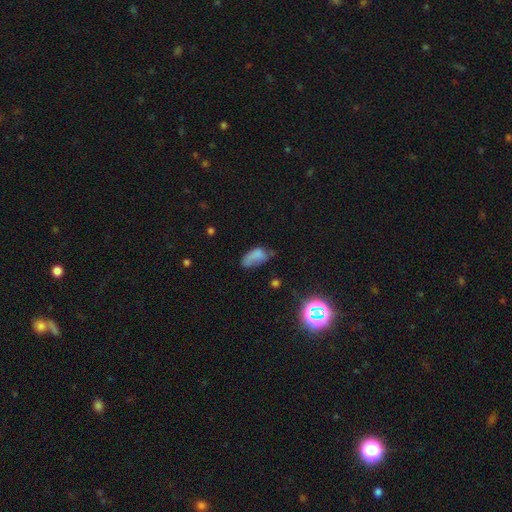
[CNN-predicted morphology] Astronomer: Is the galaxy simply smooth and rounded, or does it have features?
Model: smooth — 72%.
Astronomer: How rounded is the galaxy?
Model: in between — 90%.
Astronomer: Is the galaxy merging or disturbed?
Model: minor disturbance — 35% (runner-up: none, 32%).